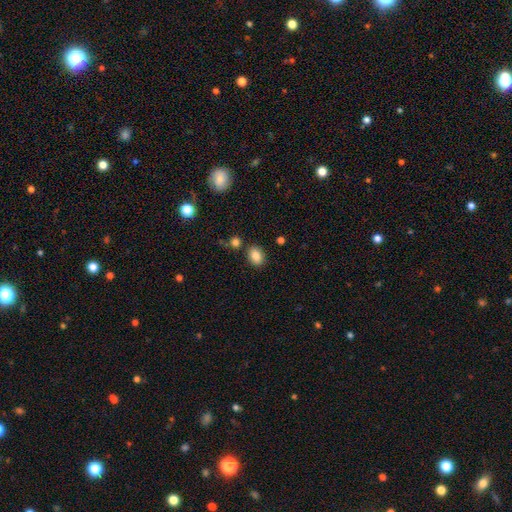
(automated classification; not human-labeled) Smooth or featured: smooth — 84% (star or artifact — 10%)
How rounded: in between — 63% (round — 36%)
Merging: none — 82% (minor disturbance — 10%)